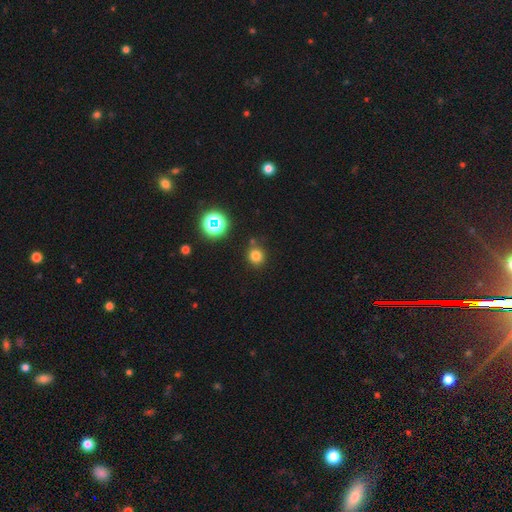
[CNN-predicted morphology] smooth_or_featured: smooth (p=0.76) [alt: star or artifact p=0.18]
how_rounded: round (p=0.89) [alt: in between p=0.10]
merging: none (p=0.81) [alt: minor disturbance p=0.09]